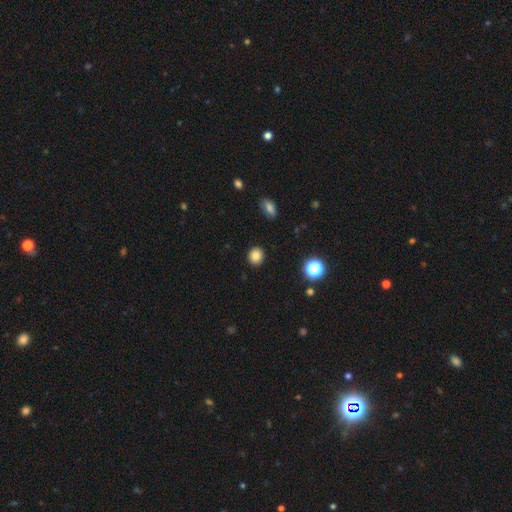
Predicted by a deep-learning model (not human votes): This appears to be a smooth galaxy with no disk features (84%) that is round (79%). Merging: none (90%).